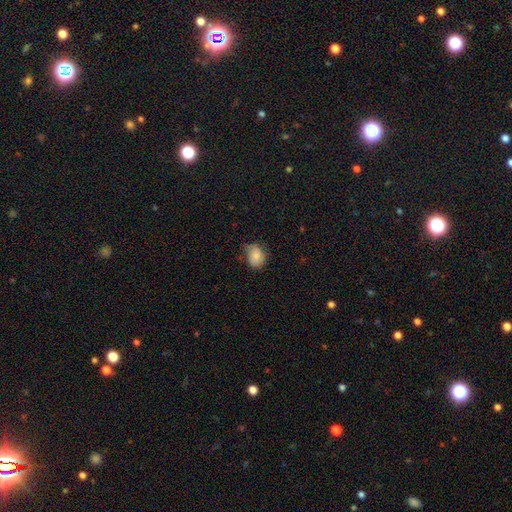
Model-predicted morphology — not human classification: smooth_or_featured: smooth (p=0.80) [alt: featured or disk p=0.12]
how_rounded: in between (p=0.55) [alt: round p=0.44]
merging: none (p=0.52) [alt: minor disturbance p=0.35]